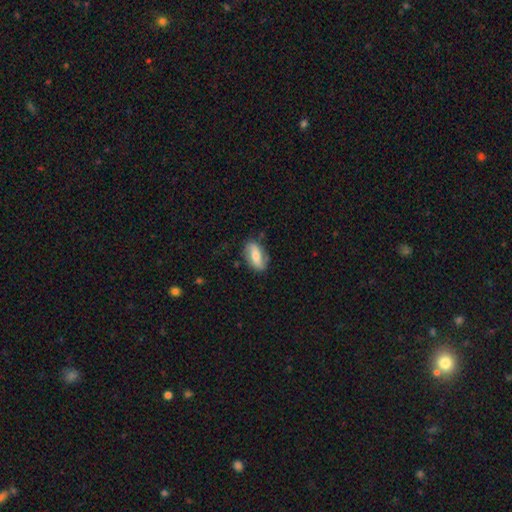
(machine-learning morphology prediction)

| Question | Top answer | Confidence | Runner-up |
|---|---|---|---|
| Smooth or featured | featured or disk | 48% | smooth (45%) |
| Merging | none | 77% | minor disturbance (17%) |